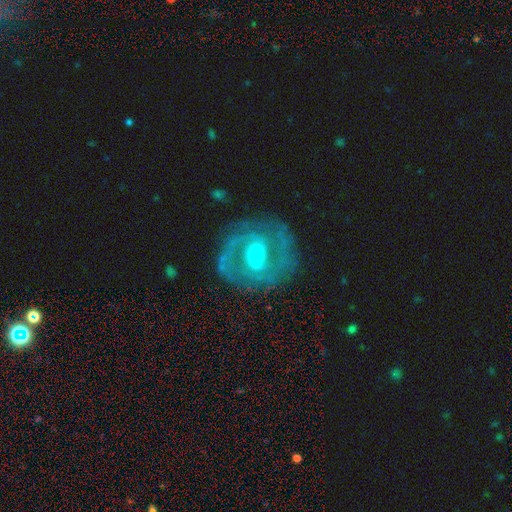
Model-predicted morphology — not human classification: This is clearly a featured or disk galaxy (85%). It is clearly not viewed edge-on (97%). Bar: possibly weak (45%). Spiral arm pattern: clearly yes (93%). Spiral arm count: likely 2 (78%). Spiral winding: possibly tight (49%). Central bulge: possibly small (60%). Merging: likely none (80%).